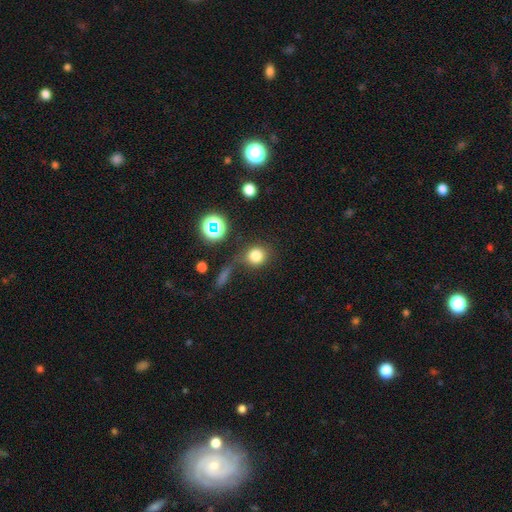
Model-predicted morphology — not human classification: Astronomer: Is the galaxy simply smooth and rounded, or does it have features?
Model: smooth — 77%.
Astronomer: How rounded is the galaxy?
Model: round — 83%.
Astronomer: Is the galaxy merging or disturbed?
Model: none — 67%.